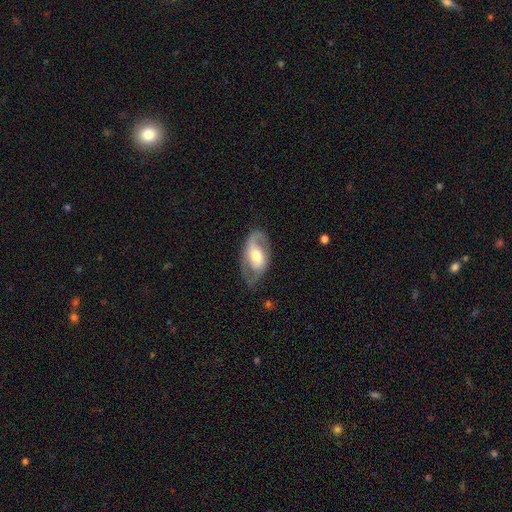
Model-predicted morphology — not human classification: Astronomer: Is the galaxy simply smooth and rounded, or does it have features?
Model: featured or disk — 72%.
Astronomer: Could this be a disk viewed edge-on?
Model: no — 93%.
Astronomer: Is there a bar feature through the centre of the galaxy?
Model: no — 39% (runner-up: weak, 38%).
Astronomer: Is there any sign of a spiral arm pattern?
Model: yes — 83%.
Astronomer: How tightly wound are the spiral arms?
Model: medium — 46% (runner-up: loose, 31%).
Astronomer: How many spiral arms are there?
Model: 2 — 80%.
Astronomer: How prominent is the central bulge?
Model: moderate — 57%.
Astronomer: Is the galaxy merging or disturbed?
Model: none — 70%.